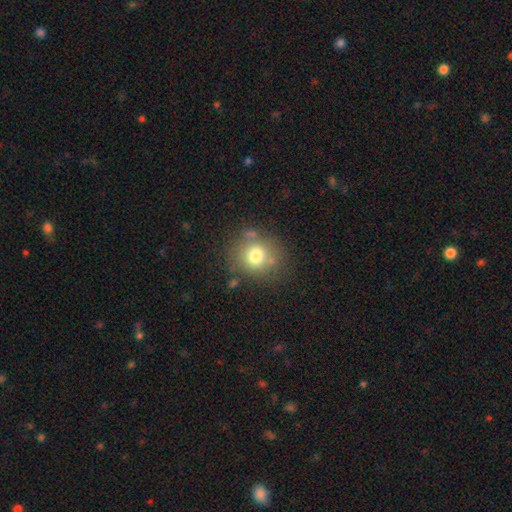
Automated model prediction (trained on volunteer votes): Morphology: type=smooth (76%); roundness=round (83%); merging=none (74%).